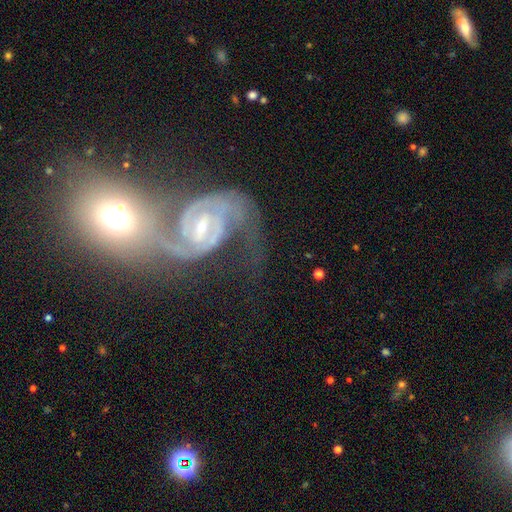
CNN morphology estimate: The model was most divided on "merging": merger: 39%, none: 36%, minor disturbance: 13%, major disturbance: 12%. Remaining: edge-on disk — no (97%); spiral arms — yes (97%); smooth or featured — featured or disk (88%); spiral arm count — 2 (84%); bulge size — small (52%); spiral winding — medium (49%); bar — no (44%).